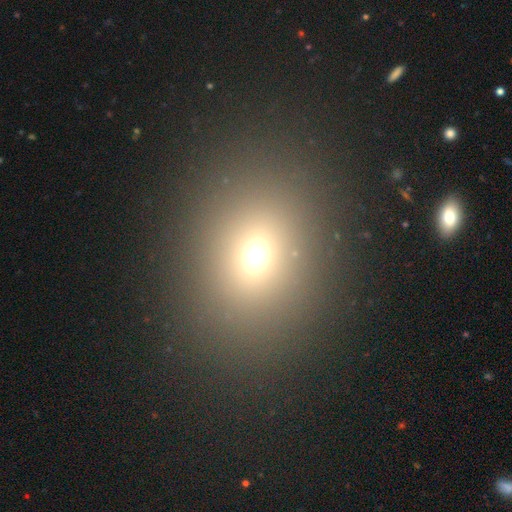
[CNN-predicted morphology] Smooth or featured? Predicted: smooth (p=0.67). How rounded? Predicted: round (p=0.55). Merging? Predicted: none (p=0.88).